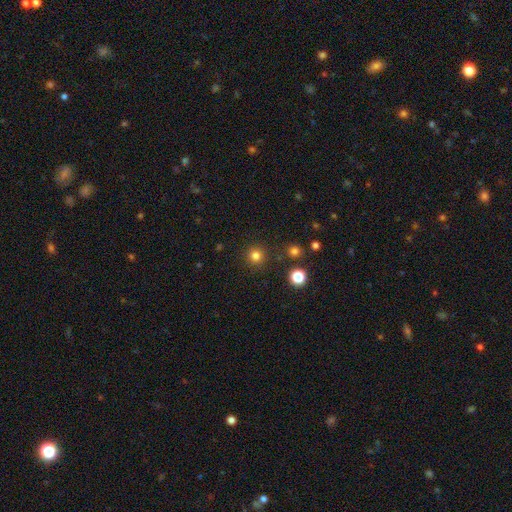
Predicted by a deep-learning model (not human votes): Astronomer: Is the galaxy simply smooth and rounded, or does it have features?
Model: smooth — 80%.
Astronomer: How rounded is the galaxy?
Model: round — 95%.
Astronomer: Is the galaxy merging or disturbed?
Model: none — 90%.